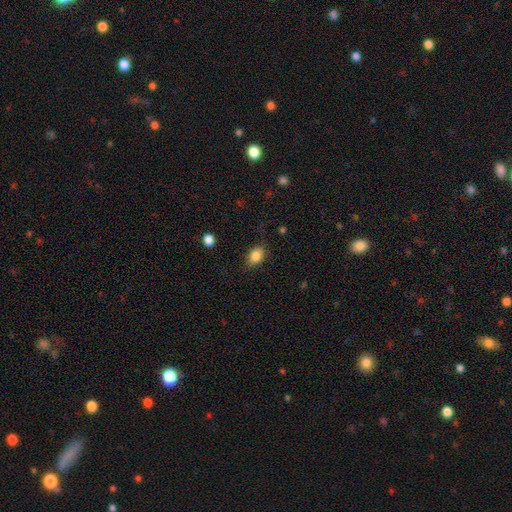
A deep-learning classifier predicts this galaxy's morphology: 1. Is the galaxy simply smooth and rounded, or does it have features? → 86% smooth, 9% star or artifact, 6% featured or disk.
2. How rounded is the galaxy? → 77% in between, 21% round, 2% cigar-shaped.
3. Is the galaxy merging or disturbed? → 80% none, 15% minor disturbance, 4% major disturbance, 1% merger.